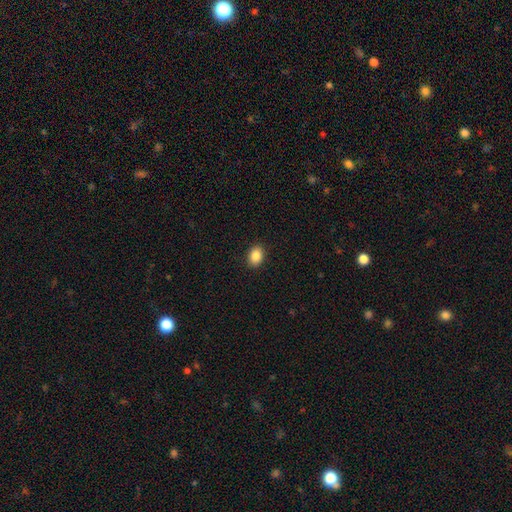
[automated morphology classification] type=smooth (87%); roundness=in between (68%); merging=none (91%).